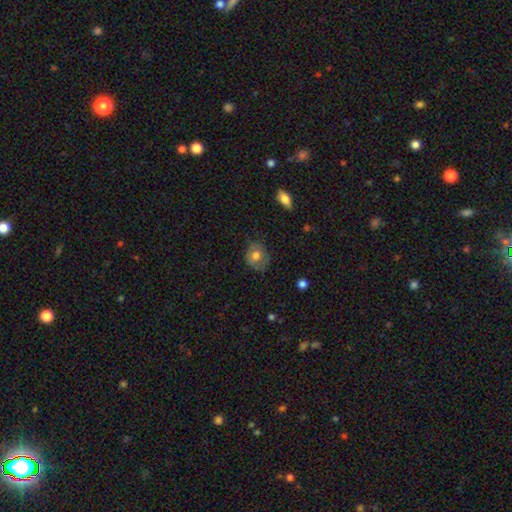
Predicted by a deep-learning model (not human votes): Smooth or featured? smooth (70%)
How rounded? round (62%)
Merging? none (67%)